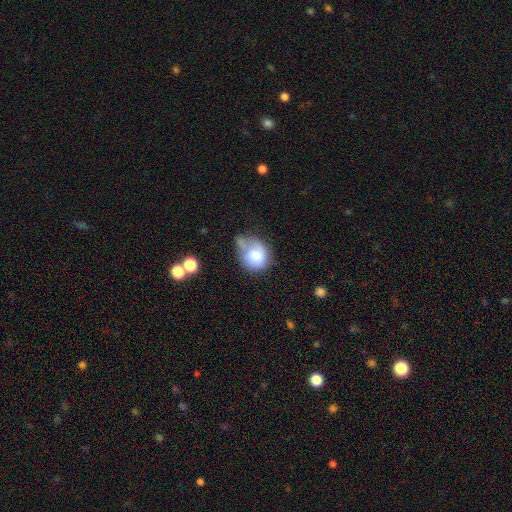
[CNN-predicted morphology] A smooth galaxy with no disk features (70%) that is round (64%). Merging: minor disturbance (31%).